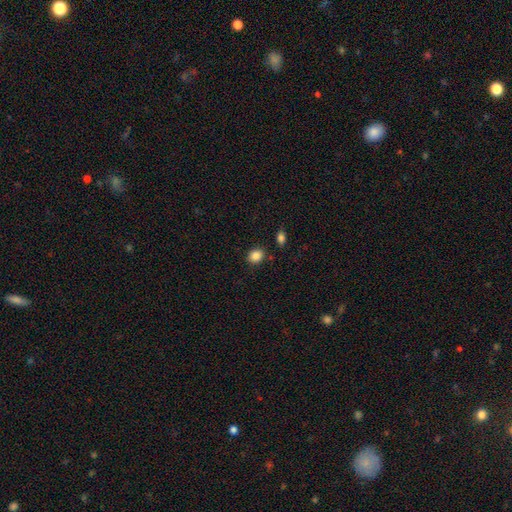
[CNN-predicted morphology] smooth_or_featured: smooth (p=0.87) [alt: star or artifact p=0.09]
how_rounded: round (p=0.56) [alt: in between p=0.43]
merging: none (p=0.83) [alt: minor disturbance p=0.10]